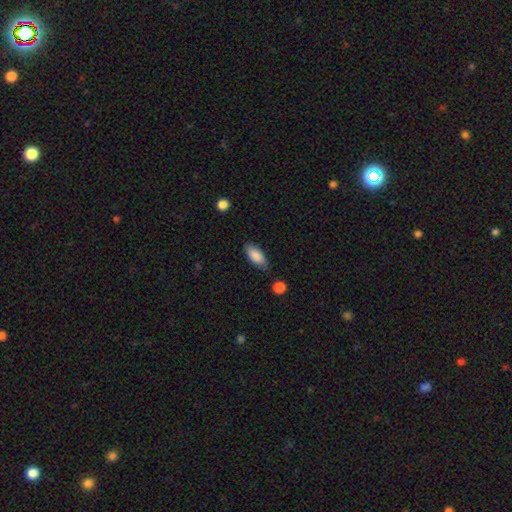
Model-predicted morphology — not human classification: Smooth or featured? Predicted: smooth (p=0.88). How rounded? Predicted: in between (p=0.86). Merging? Predicted: none (p=0.77).